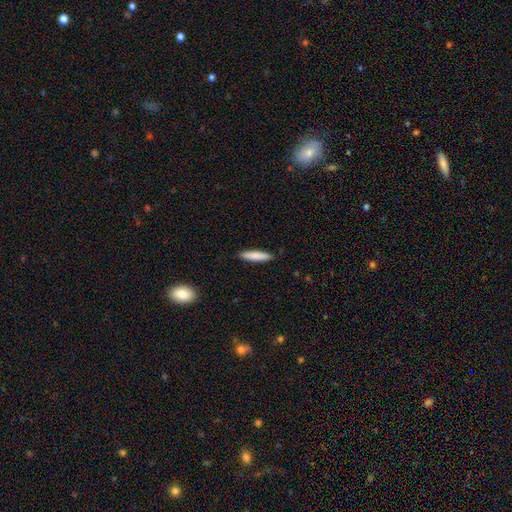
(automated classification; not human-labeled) A smooth galaxy with no disk features (83%) that is cigar-shaped (82%).

Vote fractions:
- Smooth or featured? smooth: 83% / featured or disk: 12% / star or artifact: 5%
- How rounded? cigar-shaped: 82% / in between: 16% / round: 1%
- Merging? none: 90% / minor disturbance: 8% / major disturbance: 2% / merger: 1%